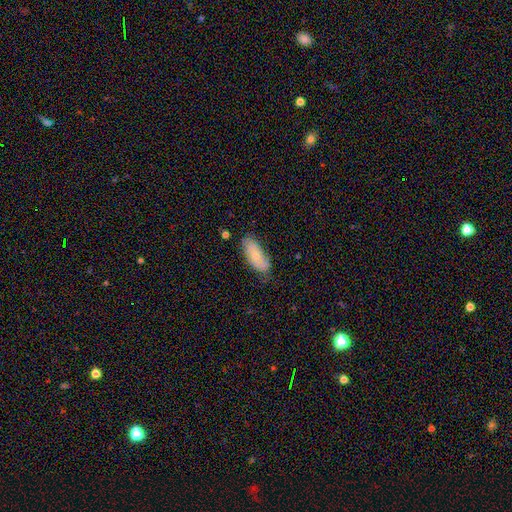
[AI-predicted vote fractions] Smooth or featured? smooth (60%)
How rounded? in between (85%)
Merging? none (70%)